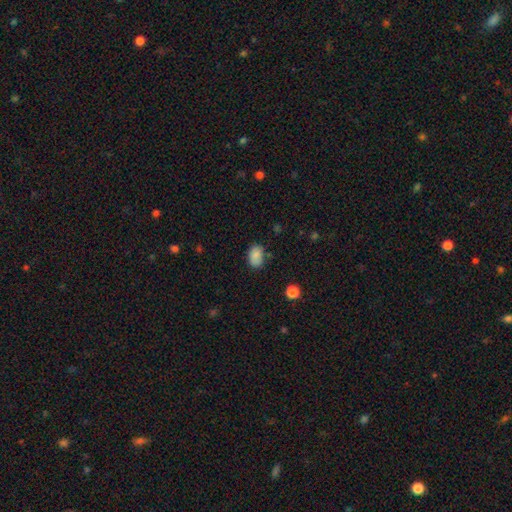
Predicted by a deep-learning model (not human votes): This is clearly a smooth galaxy (84%). How rounded: clearly in between (82%). Merging: likely none (71%).